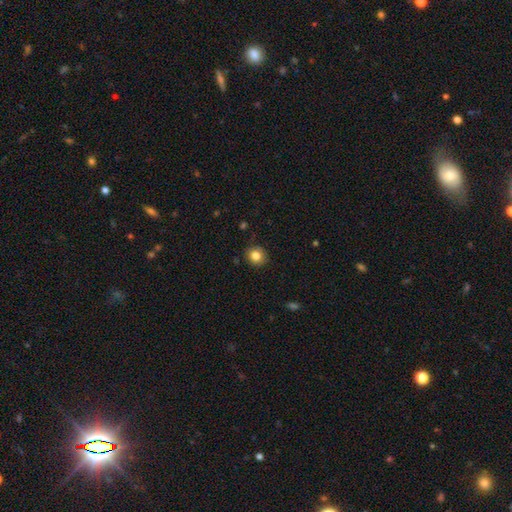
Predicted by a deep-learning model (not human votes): smooth 83%, star or artifact 10%, featured or disk 6%. Down the decision tree: how rounded — round (84%); merging — none (87%).